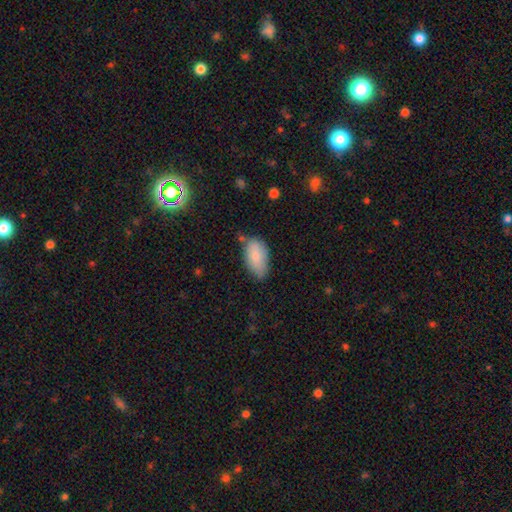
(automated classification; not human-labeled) smooth-or-featured: smooth: 79% | featured or disk: 14% | star or artifact: 7%
  how-rounded: in between: 93% | round: 4% | cigar-shaped: 2%
  merging: none: 59% | minor disturbance: 31% | major disturbance: 6% | merger: 5%